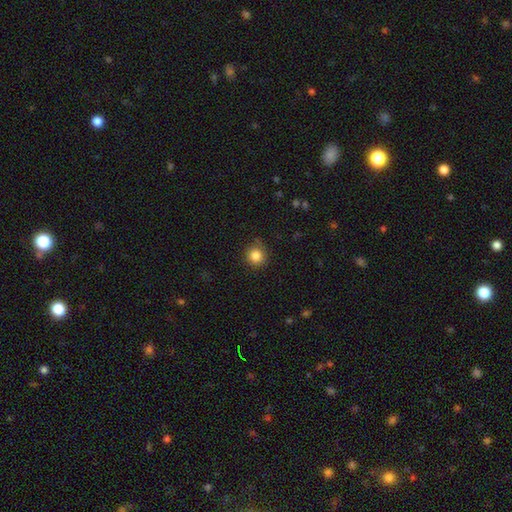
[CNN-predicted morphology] Smooth or featured: smooth — 84% (star or artifact — 11%)
How rounded: round — 92% (in between — 7%)
Merging: none — 84% (minor disturbance — 12%)